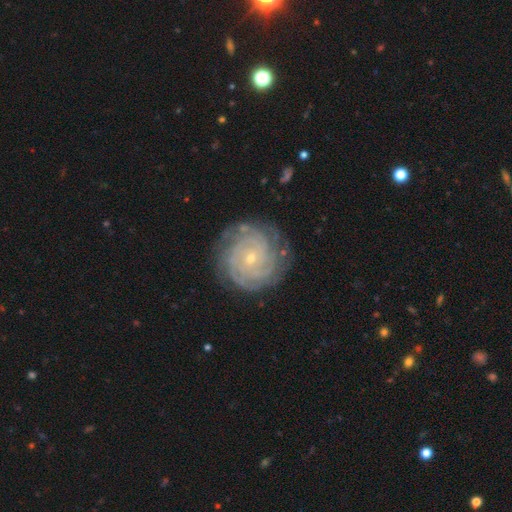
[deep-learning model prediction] Overall: featured or disk (80%). Edge-on disk: no (97%). Bar: no (75%). Spiral arms: yes (97%). Spiral arm count: can't tell (31%; 4 18%). Spiral winding: tight (84%). Bulge size: small (78%). Merging: none (84%).